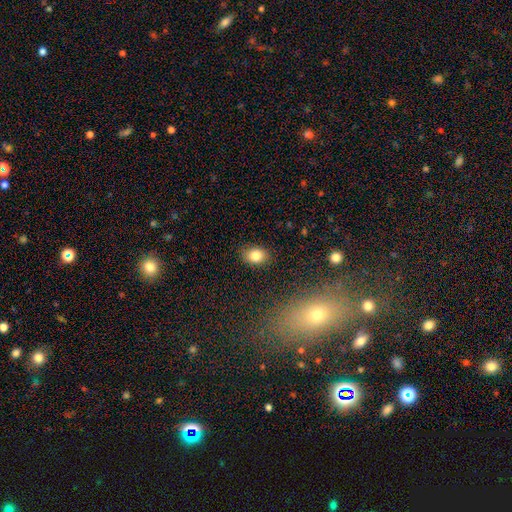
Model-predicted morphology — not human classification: smooth_or_featured: smooth (p=0.83) [alt: star or artifact p=0.10]
how_rounded: in between (p=0.69) [alt: round p=0.30]
merging: none (p=0.86) [alt: minor disturbance p=0.10]